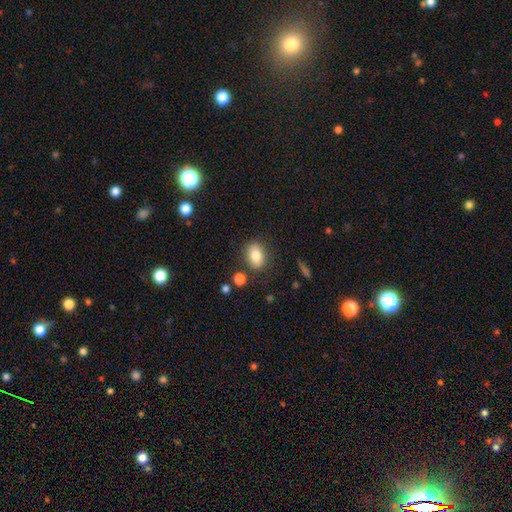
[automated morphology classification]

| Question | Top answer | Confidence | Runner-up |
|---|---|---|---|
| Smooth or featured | smooth | 81% | featured or disk (10%) |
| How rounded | in between | 76% | round (23%) |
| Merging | none | 81% | minor disturbance (12%) |